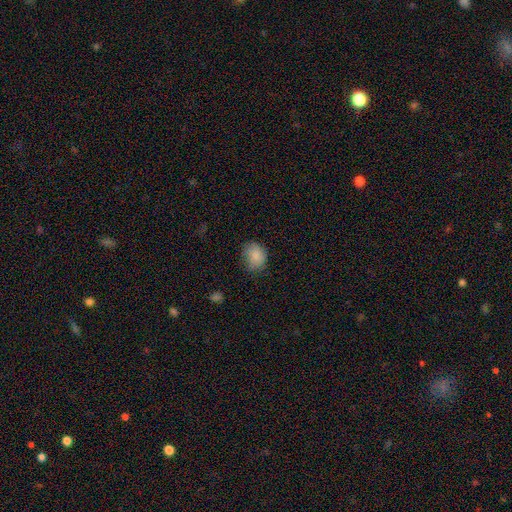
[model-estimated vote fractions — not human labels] Smooth or featured? smooth (85%)
How rounded? in between (52%)
Merging? none (67%)